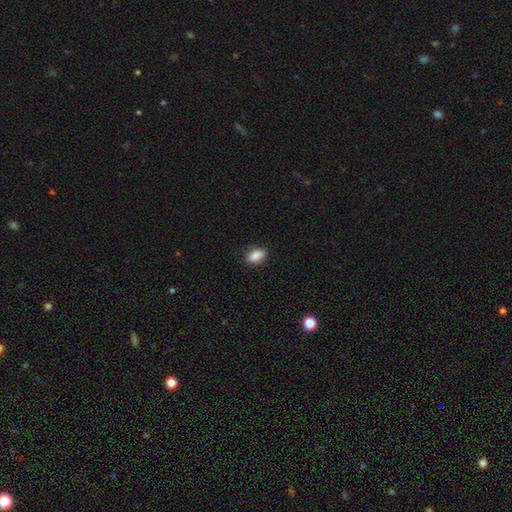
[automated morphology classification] Smooth or featured? Predicted: smooth (p=0.89). How rounded? Predicted: in between (p=0.89). Merging? Predicted: none (p=0.86).